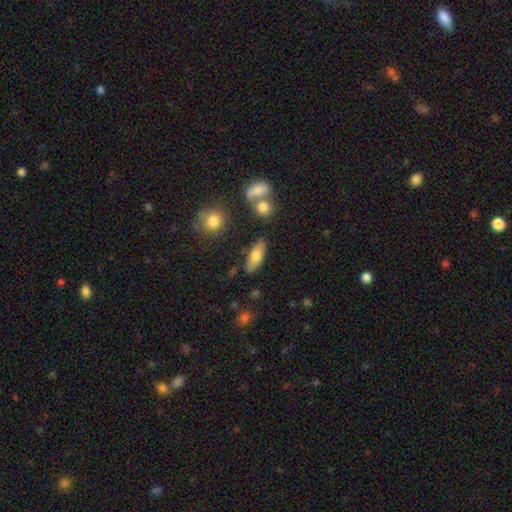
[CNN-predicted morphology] smooth 72%, featured or disk 20%, star or artifact 7%. Down the decision tree: how rounded — in between (72%); merging — none (79%).